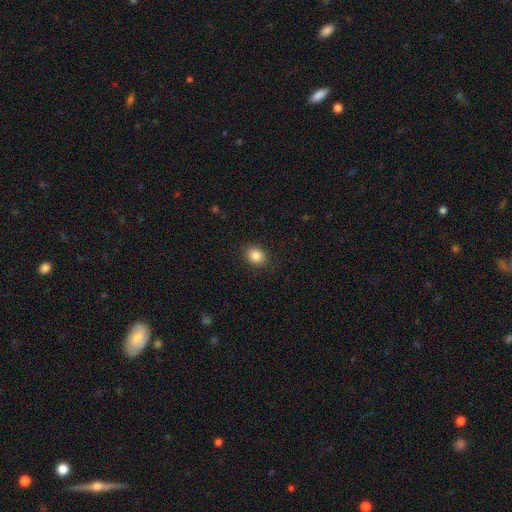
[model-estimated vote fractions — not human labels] smooth_or_featured: smooth (p=0.86) [alt: star or artifact p=0.10]
how_rounded: round (p=0.56) [alt: in between p=0.43]
merging: none (p=0.88) [alt: minor disturbance p=0.09]